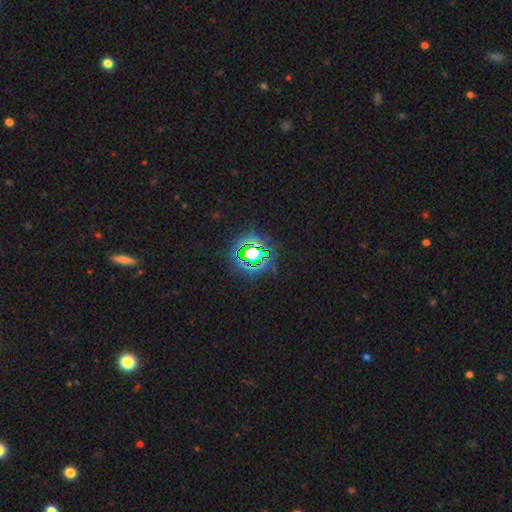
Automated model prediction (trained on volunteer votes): Q: Smooth or featured?
A: star or artifact (74%); runner-up: smooth (15%)